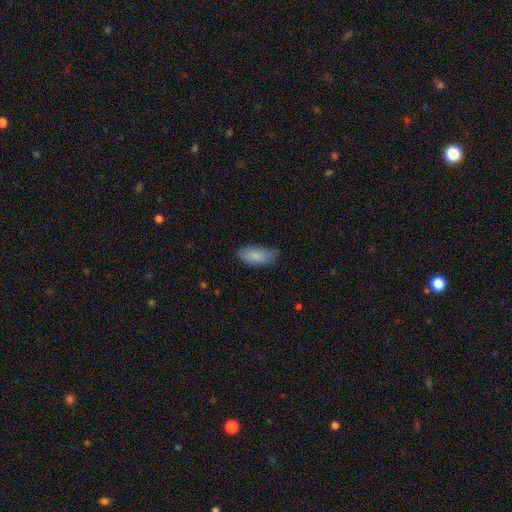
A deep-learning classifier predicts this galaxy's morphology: Smooth or featured?
  - smooth: 85% *
  - featured or disk: 9%
  - star or artifact: 6%
How rounded?
  - in between: 89% *
  - cigar-shaped: 9%
  - round: 2%
Merging?
  - none: 72% *
  - minor disturbance: 23%
  - major disturbance: 4%
  - merger: 1%